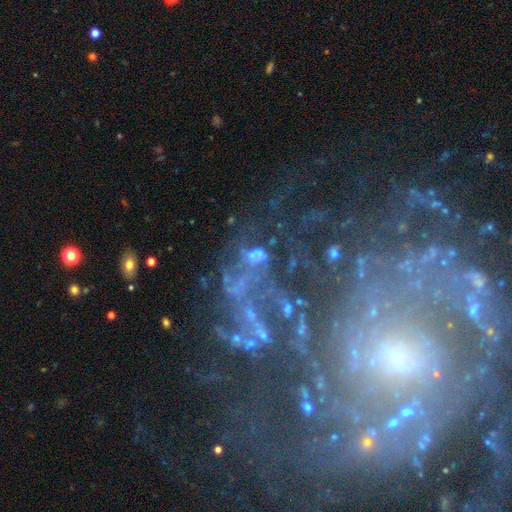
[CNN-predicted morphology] This is possibly a featured or disk galaxy (51%). It is clearly not viewed edge-on (97%). Merging: marginally none (32%).